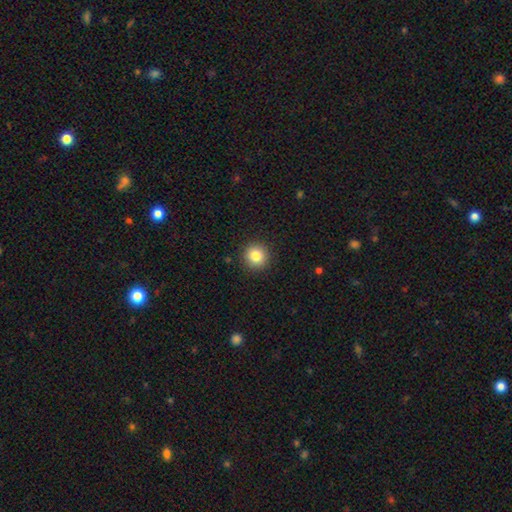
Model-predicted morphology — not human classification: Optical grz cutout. It shows a smooth galaxy with no disk features (83%) that is round (95%). Merging: none (92%).